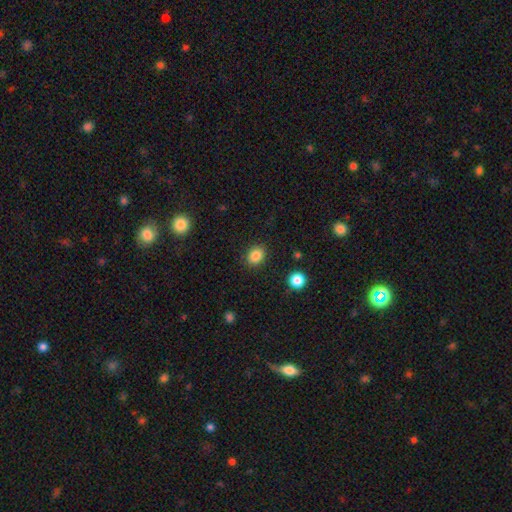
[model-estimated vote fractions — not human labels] smooth_or_featured: smooth (p=0.85) [alt: star or artifact p=0.10]
how_rounded: in between (p=0.57) [alt: round p=0.42]
merging: none (p=0.87) [alt: minor disturbance p=0.09]